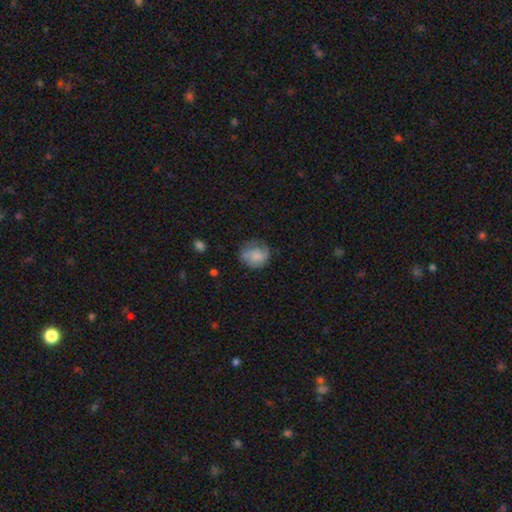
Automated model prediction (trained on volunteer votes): smooth-or-featured: smooth: 67% | featured or disk: 24% | star or artifact: 9%
  how-rounded: round: 71% | in between: 28% | cigar-shaped: 1%
  merging: none: 57% | minor disturbance: 28% | major disturbance: 14% | merger: 2%